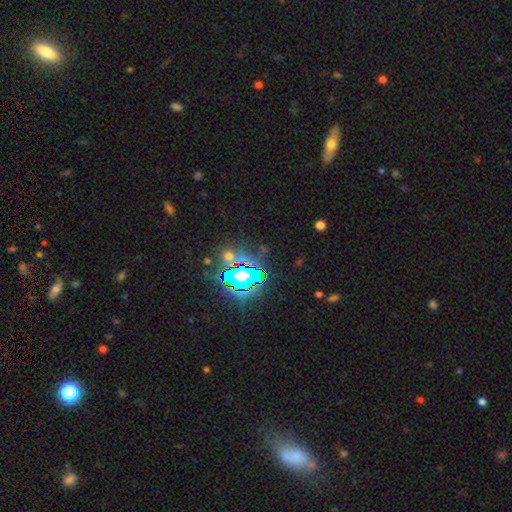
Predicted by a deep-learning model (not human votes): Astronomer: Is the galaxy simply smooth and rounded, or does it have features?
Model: star or artifact — 80%.